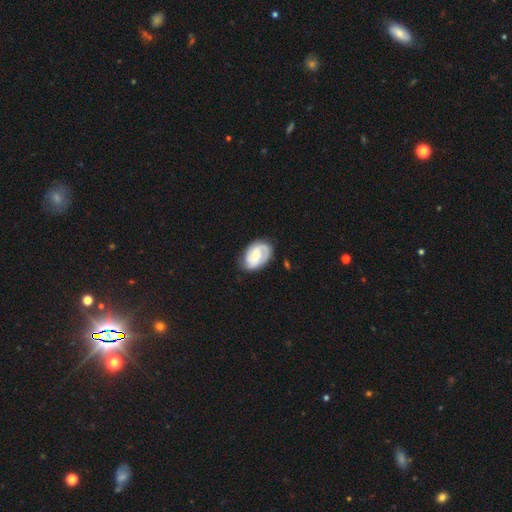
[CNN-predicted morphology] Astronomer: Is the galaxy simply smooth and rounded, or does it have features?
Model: featured or disk — 66%.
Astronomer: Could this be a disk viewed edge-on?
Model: no — 97%.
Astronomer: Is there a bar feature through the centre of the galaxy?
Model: weak — 48% (runner-up: no, 38%).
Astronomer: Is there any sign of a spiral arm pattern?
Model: yes — 91%.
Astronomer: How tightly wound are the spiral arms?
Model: tight — 44% (runner-up: medium, 40%).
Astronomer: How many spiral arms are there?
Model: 2 — 69%.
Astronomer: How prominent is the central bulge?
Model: small — 46% (runner-up: moderate, 36%).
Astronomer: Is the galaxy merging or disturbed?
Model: none — 72%.